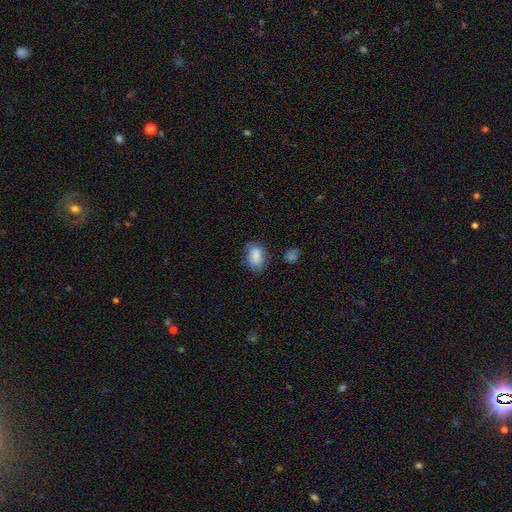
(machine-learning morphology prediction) smooth 78%, featured or disk 14%, star or artifact 8%. Down the decision tree: how rounded — in between (82%); merging — none (65%).